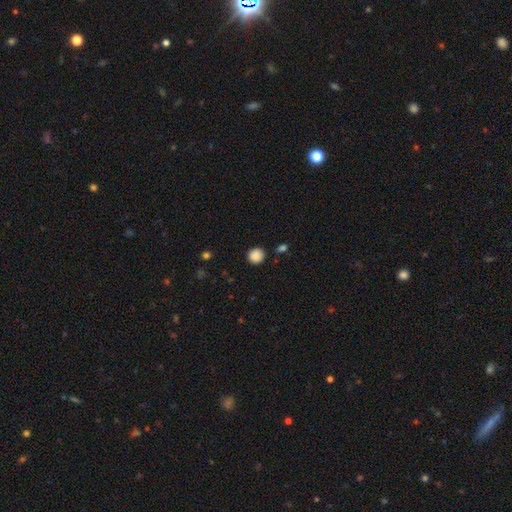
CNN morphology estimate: Q: Smooth or featured?
A: smooth (88%); runner-up: star or artifact (9%)
Q: How rounded?
A: round (91%); runner-up: in between (8%)
Q: Merging?
A: none (87%); runner-up: minor disturbance (8%)